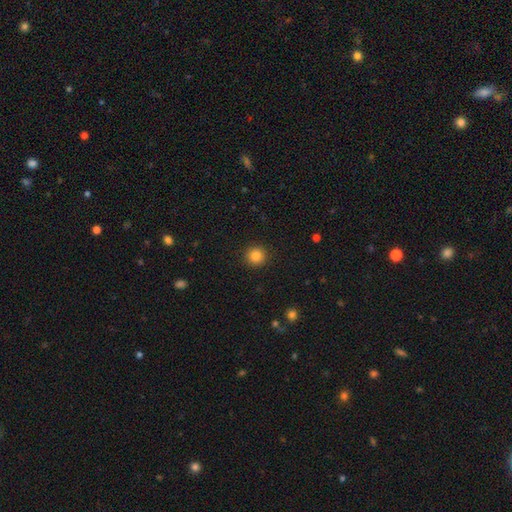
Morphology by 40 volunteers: Smooth or featured: smooth — 88% (star or artifact — 10%)
How rounded: round — 97% (in between — 3%)
Merging: none — 94% (minor disturbance — 3%)